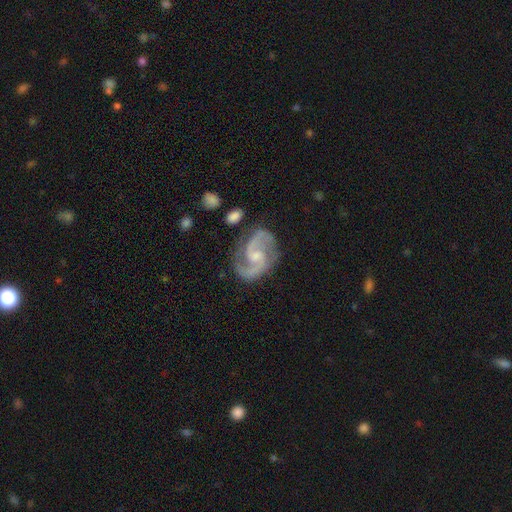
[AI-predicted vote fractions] Smooth or featured? featured or disk (92%)
Edge-on disk? no (98%)
Bar? weak (47%)
Spiral arms? yes (98%)
Spiral winding? medium (63%)
Spiral arm count? 2 (94%)
Bulge size? small (50%)
Merging? none (78%)